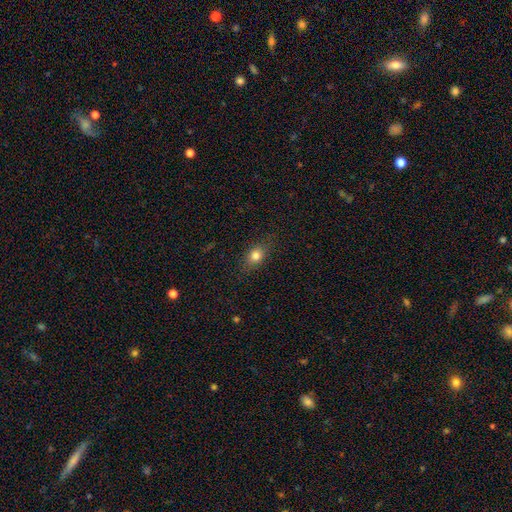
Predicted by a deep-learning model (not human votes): smooth_or_featured: smooth (p=0.77) [alt: star or artifact p=0.11]
how_rounded: in between (p=0.63) [alt: round p=0.31]
merging: none (p=0.82) [alt: minor disturbance p=0.13]